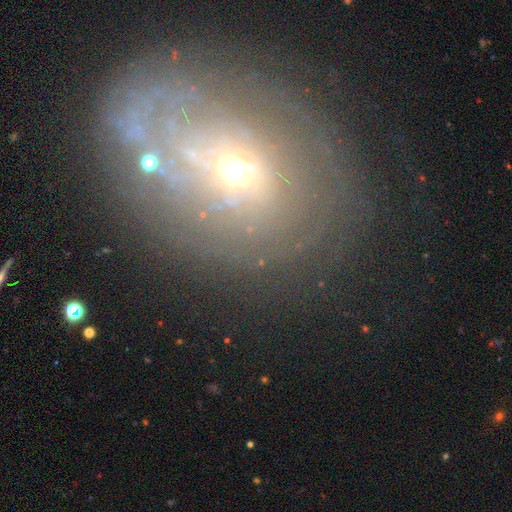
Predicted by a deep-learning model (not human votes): smooth_or_featured: featured or disk (p=0.55) [alt: smooth p=0.28]
disk_edge_on: no (p=0.93) [alt: yes p=0.07]
bar: no (p=0.72) [alt: weak p=0.21]
has_spiral_arms: no (p=0.56) [alt: yes p=0.44]
bulge_size: small (p=0.50) [alt: moderate p=0.42]
merging: none (p=0.60) [alt: minor disturbance p=0.20]